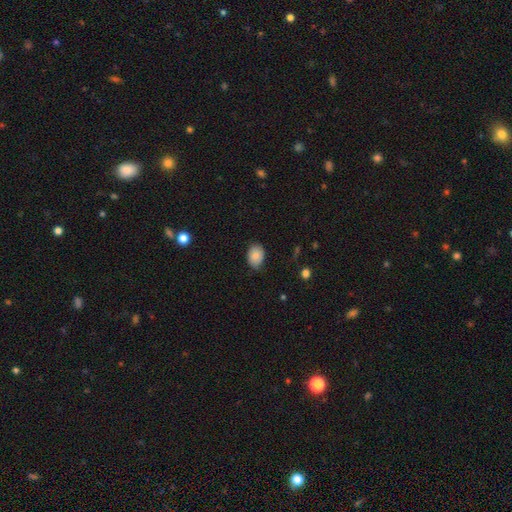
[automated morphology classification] A smooth galaxy with no disk features (82%) that is in between round and cigar-shaped (76%). Merging: none (78%).